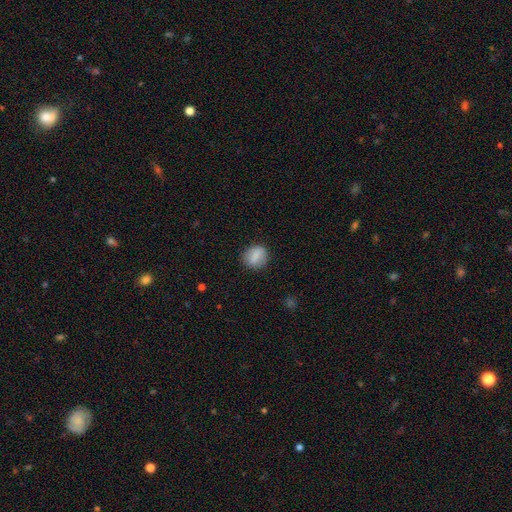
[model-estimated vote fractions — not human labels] Overall: smooth (75%). How rounded: round (59%; in between 38%). Merging: none (85%).